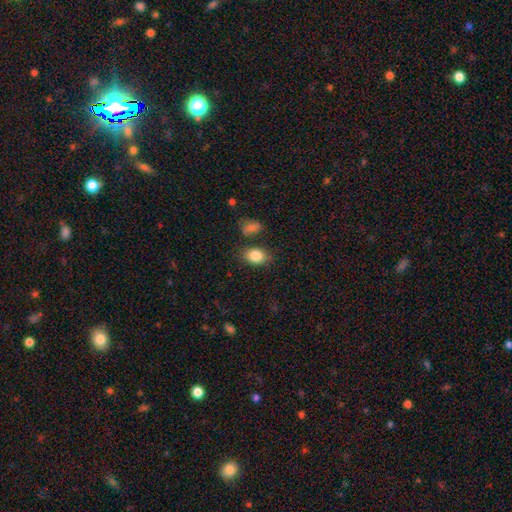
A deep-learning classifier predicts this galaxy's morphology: This is clearly a smooth galaxy (85%). How rounded: likely in between (75%). Merging: likely none (74%).